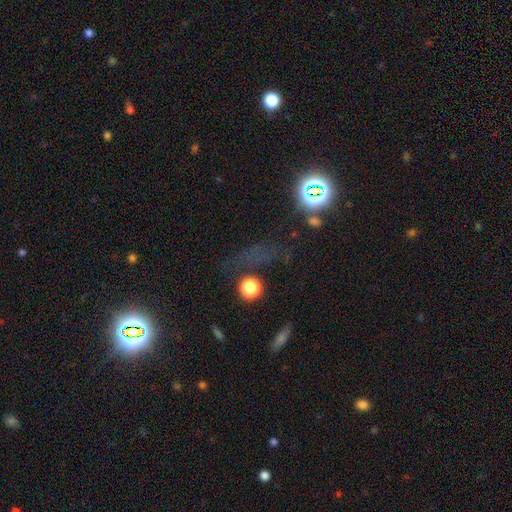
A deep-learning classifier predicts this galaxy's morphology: type=star or artifact (58%).